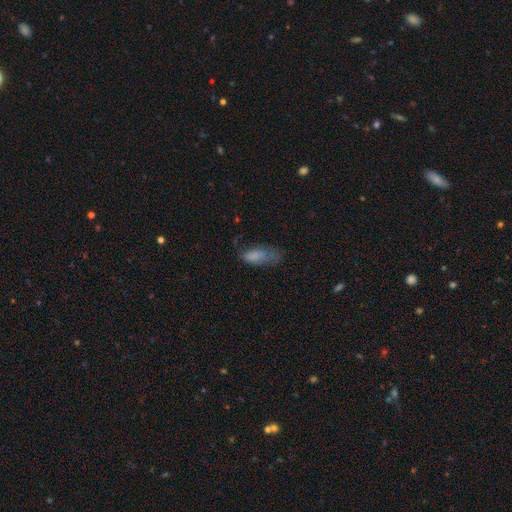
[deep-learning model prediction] Smooth or featured: smooth — 74% (featured or disk — 16%)
How rounded: in between — 83% (cigar-shaped — 15%)
Merging: none — 36% (minor disturbance — 32%)